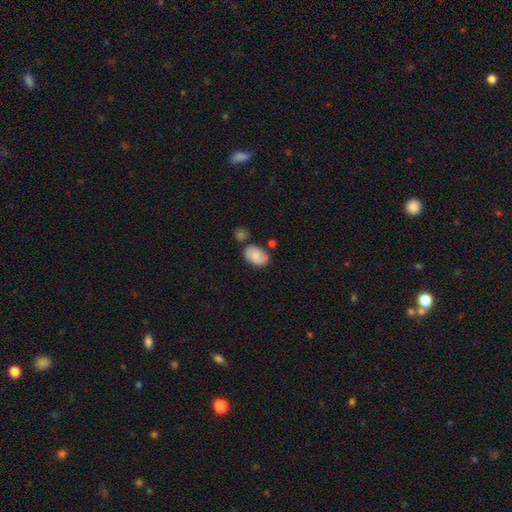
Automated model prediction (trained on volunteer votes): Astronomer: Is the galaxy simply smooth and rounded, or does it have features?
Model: smooth — 70%.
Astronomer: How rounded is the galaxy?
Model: in between — 87%.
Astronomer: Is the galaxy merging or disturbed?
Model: none — 63%.